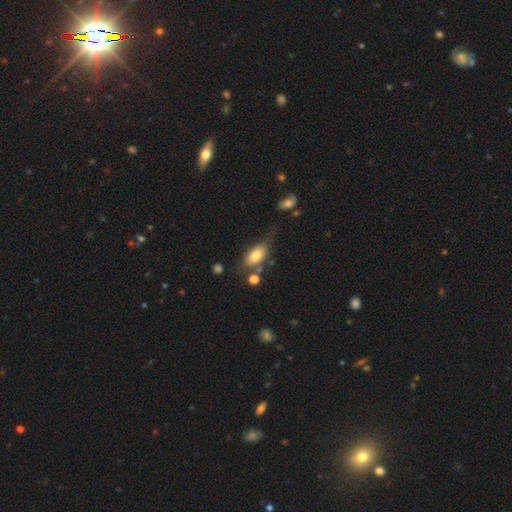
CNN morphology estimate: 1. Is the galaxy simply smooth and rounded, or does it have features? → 77% smooth, 15% featured or disk, 8% star or artifact.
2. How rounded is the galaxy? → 88% in between, 7% cigar-shaped, 5% round.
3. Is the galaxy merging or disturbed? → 55% none, 23% minor disturbance, 11% merger, 11% major disturbance.